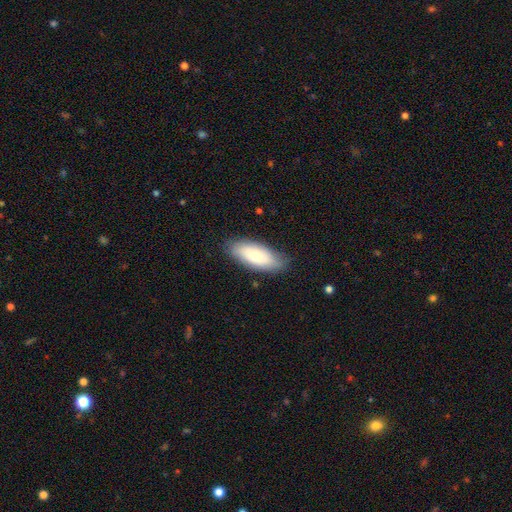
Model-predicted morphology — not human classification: type=smooth (75%); roundness=in between (82%); merging=none (82%).